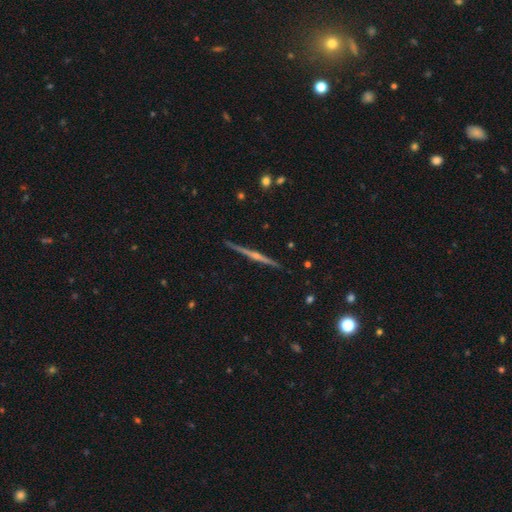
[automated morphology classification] This is clearly a featured or disk galaxy (82%). It is clearly viewed edge-on (99%). Edge-on bulge: likely rounded (71%). Merging: clearly none (91%).